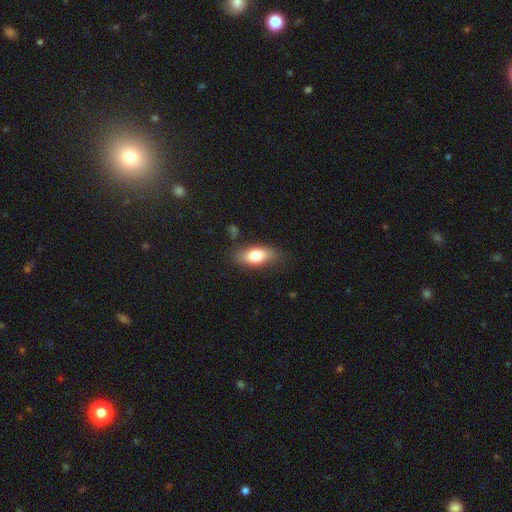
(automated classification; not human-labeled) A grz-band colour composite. It shows a smooth galaxy with no disk features (75%) that is in between round and cigar-shaped (83%). Merging: none (77%).